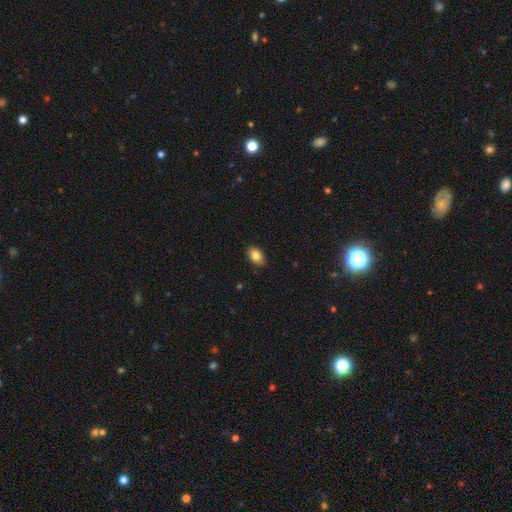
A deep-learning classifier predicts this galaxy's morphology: type=smooth (84%); roundness=in between (90%); merging=none (87%).